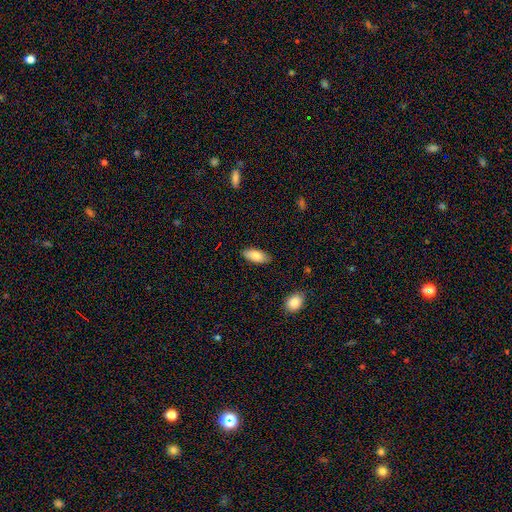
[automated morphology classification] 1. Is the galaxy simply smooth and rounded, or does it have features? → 82% smooth, 12% featured or disk, 7% star or artifact.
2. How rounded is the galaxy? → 87% in between, 11% cigar-shaped, 2% round.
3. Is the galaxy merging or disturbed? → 87% none, 10% minor disturbance, 2% major disturbance, 1% merger.